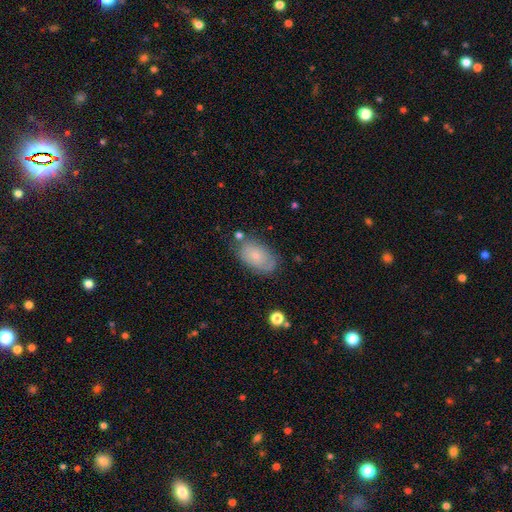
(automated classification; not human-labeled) This appears to be a smooth galaxy with no disk features (70%) that is in between round and cigar-shaped (92%). Merging: none (65%).